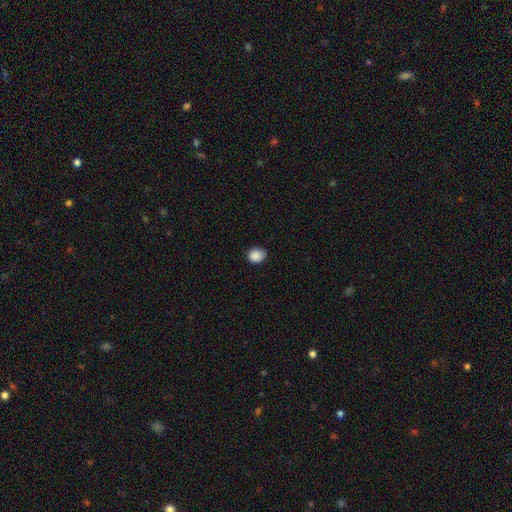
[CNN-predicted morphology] smooth_or_featured: smooth (p=0.88) [alt: star or artifact p=0.09]
how_rounded: round (p=0.62) [alt: in between p=0.37]
merging: none (p=0.82) [alt: minor disturbance p=0.14]